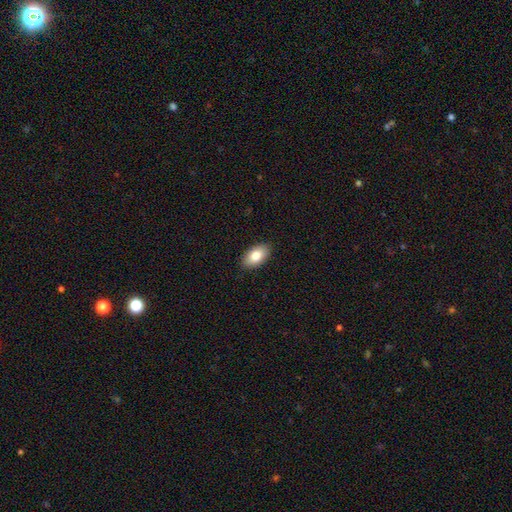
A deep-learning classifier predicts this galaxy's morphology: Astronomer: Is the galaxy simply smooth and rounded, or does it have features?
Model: smooth — 82%.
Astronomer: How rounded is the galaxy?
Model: in between — 94%.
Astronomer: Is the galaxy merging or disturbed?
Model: none — 89%.